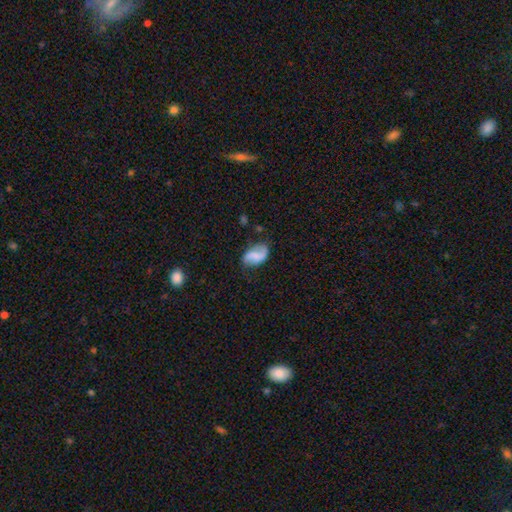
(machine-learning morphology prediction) This appears to be a featured or disk galaxy (51%). Merging: none (64%).